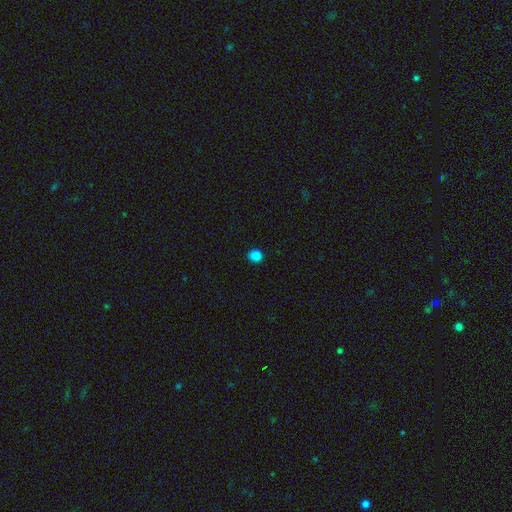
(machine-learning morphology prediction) smooth 84%, star or artifact 13%, featured or disk 3%. Down the decision tree: how rounded — round (82%); merging — none (90%).